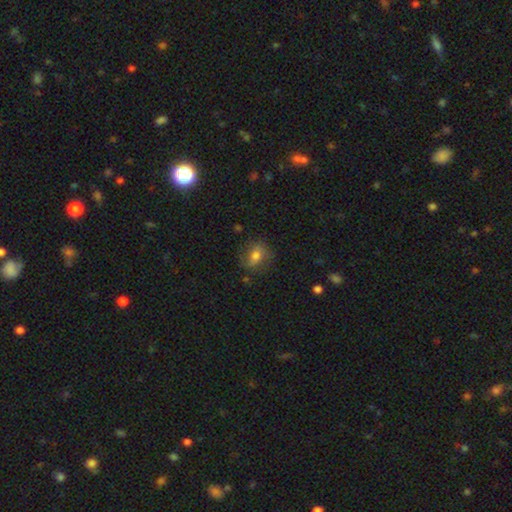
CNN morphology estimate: smooth-or-featured: smooth: 57% | featured or disk: 33% | star or artifact: 10%
  how-rounded: in between: 51% | round: 47% | cigar-shaped: 2%
  merging: none: 71% | minor disturbance: 19% | major disturbance: 8% | merger: 2%